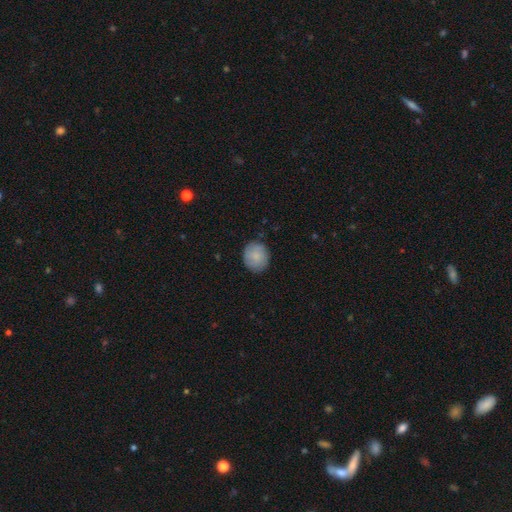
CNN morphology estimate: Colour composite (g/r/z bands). It shows a smooth galaxy with no disk features (84%) that is round (72%). Merging: none (84%).